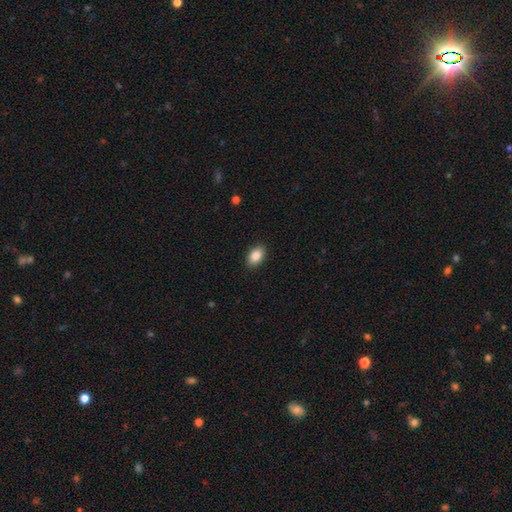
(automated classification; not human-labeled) Smooth or featured?
  - smooth: 87% *
  - star or artifact: 8%
  - featured or disk: 6%
How rounded?
  - in between: 88% *
  - round: 11%
  - cigar-shaped: 1%
Merging?
  - none: 89% *
  - minor disturbance: 8%
  - major disturbance: 2%
  - merger: 1%